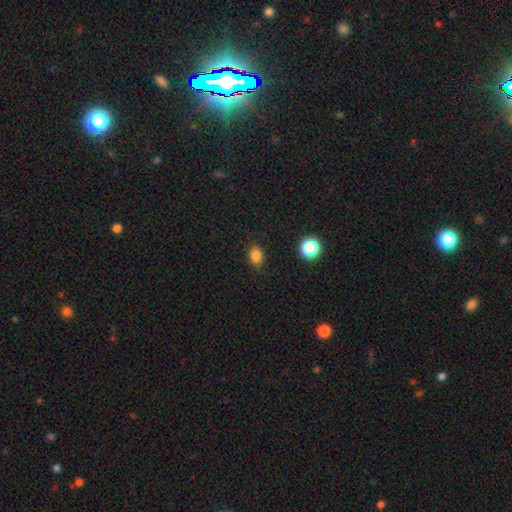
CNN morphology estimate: Smooth or featured? smooth (83%)
How rounded? in between (70%)
Merging? none (87%)